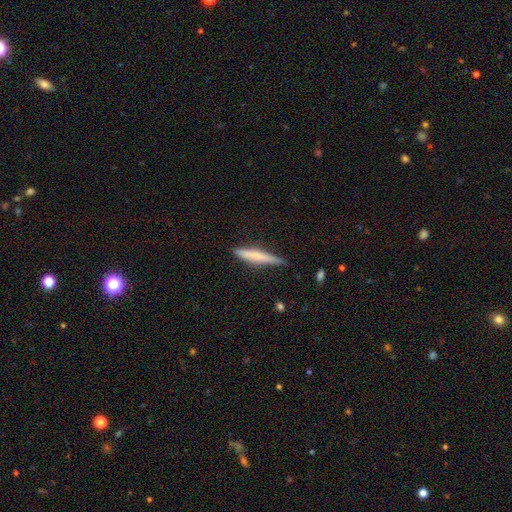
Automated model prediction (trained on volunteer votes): The model was most divided on "smooth or featured": smooth: 59%, featured or disk: 36%, star or artifact: 6%. More confident: how rounded — cigar-shaped (93%); merging — none (81%).